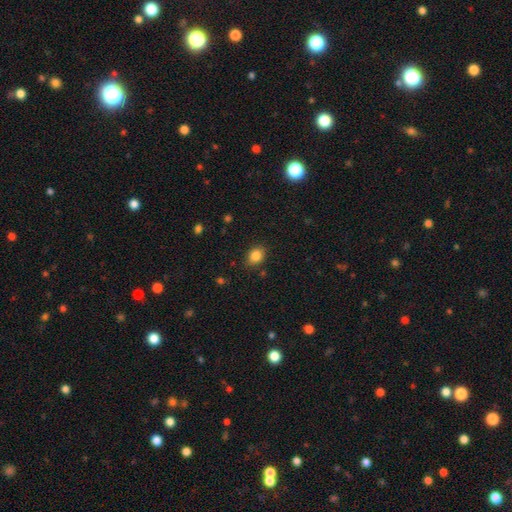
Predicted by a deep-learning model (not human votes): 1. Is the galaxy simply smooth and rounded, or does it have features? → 85% smooth, 10% star or artifact, 5% featured or disk.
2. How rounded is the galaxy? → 56% in between, 43% round, 1% cigar-shaped.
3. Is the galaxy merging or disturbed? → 85% none, 11% minor disturbance, 3% major disturbance, 2% merger.